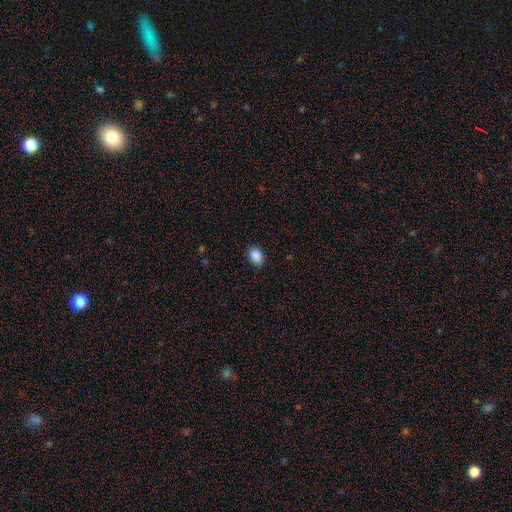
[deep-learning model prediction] Smooth or featured?
  - smooth: 88% *
  - star or artifact: 8%
  - featured or disk: 4%
How rounded?
  - in between: 78% *
  - round: 21%
  - cigar-shaped: 1%
Merging?
  - none: 90% *
  - minor disturbance: 7%
  - major disturbance: 2%
  - merger: 1%